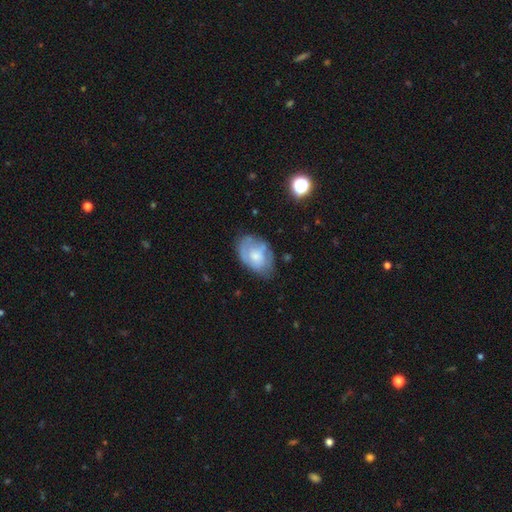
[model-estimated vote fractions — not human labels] smooth-or-featured: smooth: 49% | featured or disk: 44% | star or artifact: 7%
  merging: none: 56% | minor disturbance: 29% | major disturbance: 13% | merger: 3%